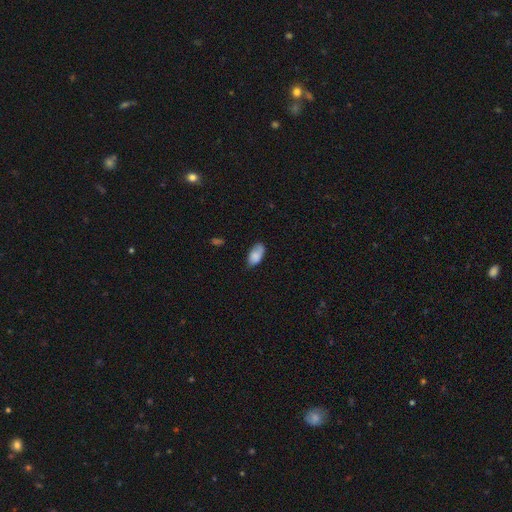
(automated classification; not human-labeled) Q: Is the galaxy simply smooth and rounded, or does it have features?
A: smooth — 82%.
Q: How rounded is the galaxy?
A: in between — 94%.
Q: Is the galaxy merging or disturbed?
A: none — 69%.